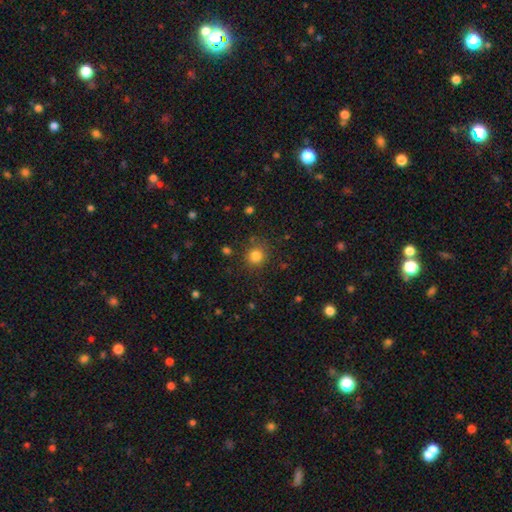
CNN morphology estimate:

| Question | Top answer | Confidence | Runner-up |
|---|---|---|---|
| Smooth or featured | smooth | 81% | star or artifact (14%) |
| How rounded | round | 90% | in between (9%) |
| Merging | none | 84% | minor disturbance (10%) |